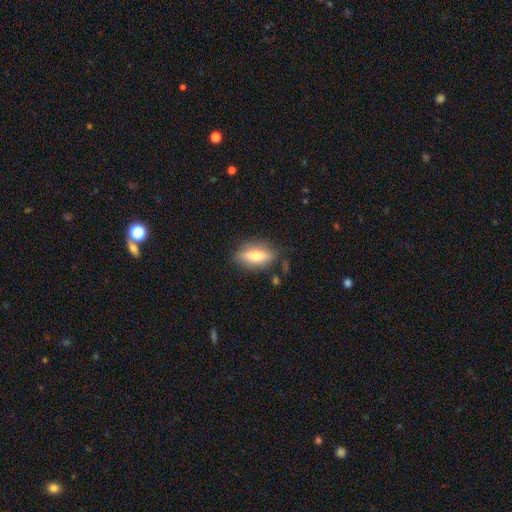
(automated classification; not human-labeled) A smooth galaxy with no disk features (63%) that is in between round and cigar-shaped (66%).

Vote fractions:
- Smooth or featured? smooth: 63% / featured or disk: 30% / star or artifact: 7%
- How rounded? in between: 66% / cigar-shaped: 30% / round: 4%
- Merging? none: 79% / minor disturbance: 14% / major disturbance: 4% / merger: 2%